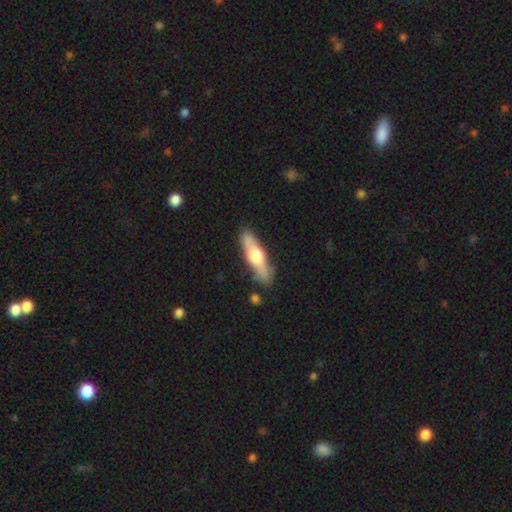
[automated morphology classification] A featured or disk galaxy (49%). Merging: none (81%).